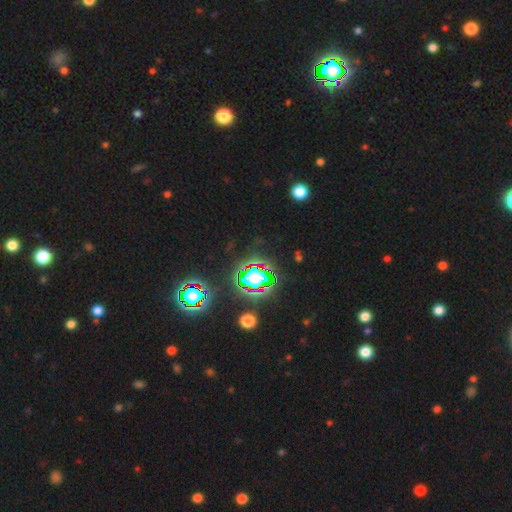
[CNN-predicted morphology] A star or artifact, not a galaxy (78%).